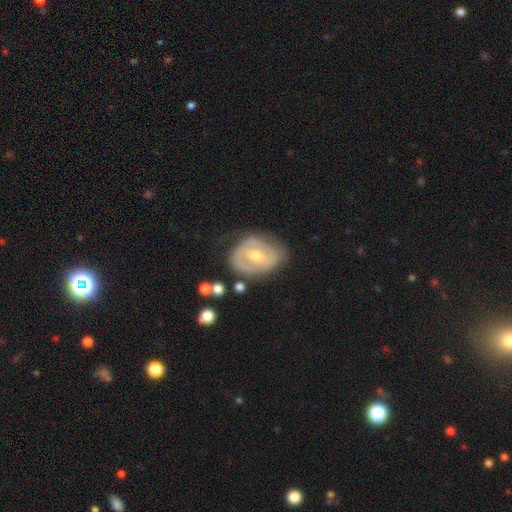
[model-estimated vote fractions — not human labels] smooth-or-featured: featured or disk: 68% | smooth: 26% | star or artifact: 6%
  disk-edge-on: no: 95% | yes: 5%
    bar: weak: 43% | no: 34% | strong: 23%
    has-spiral-arms: yes: 55% | no: 45%
    bulge-size: moderate: 70% | small: 25% | large: 3% | none: 1% | dominant: 1%
  merging: none: 64% | minor disturbance: 24% | major disturbance: 9% | merger: 3%